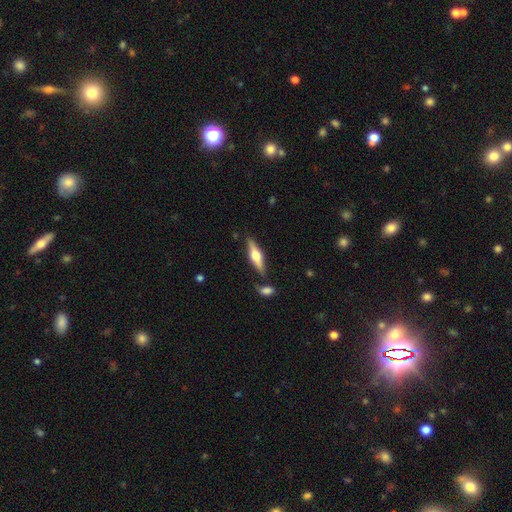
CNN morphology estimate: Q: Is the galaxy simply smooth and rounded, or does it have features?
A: featured or disk — 63%.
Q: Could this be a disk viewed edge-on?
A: yes — 96%.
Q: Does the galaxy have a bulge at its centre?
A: rounded — 93%.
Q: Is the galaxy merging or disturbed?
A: none — 78%.